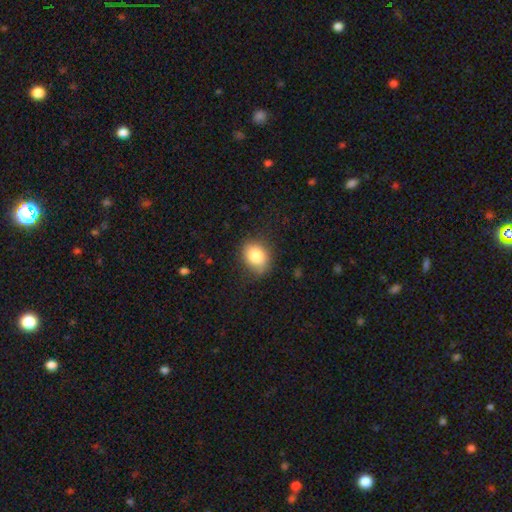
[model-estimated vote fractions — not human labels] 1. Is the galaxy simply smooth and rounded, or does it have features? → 82% smooth, 9% featured or disk, 8% star or artifact.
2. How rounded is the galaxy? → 56% in between, 43% round, 1% cigar-shaped.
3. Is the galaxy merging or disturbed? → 75% none, 19% minor disturbance, 5% major disturbance, 1% merger.